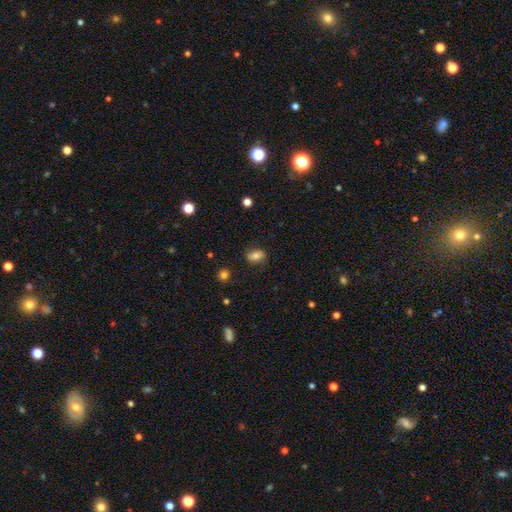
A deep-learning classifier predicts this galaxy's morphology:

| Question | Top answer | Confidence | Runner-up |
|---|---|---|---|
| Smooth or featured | smooth | 74% | featured or disk (15%) |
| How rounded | in between | 80% | round (15%) |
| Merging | none | 80% | minor disturbance (15%) |